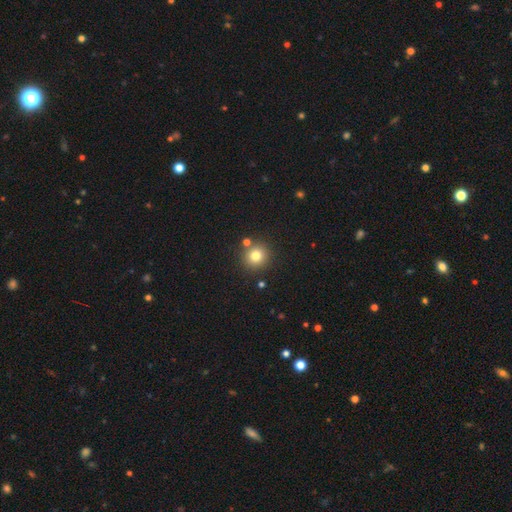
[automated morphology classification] Smooth or featured? Predicted: smooth (p=0.79). How rounded? Predicted: round (p=0.93). Merging? Predicted: none (p=0.84).